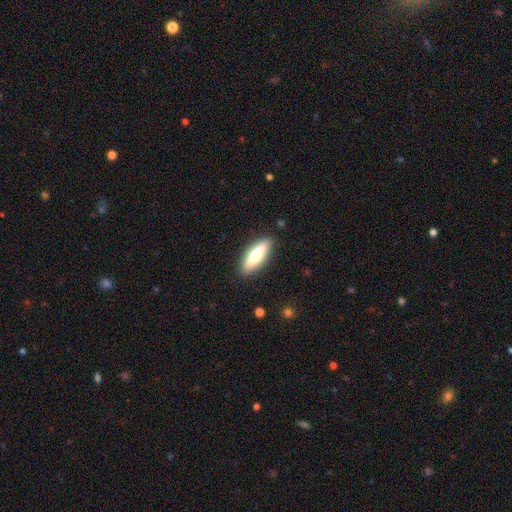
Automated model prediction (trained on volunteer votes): This is likely a smooth galaxy (62%). How rounded: possibly in between (50%). Merging: clearly none (88%).